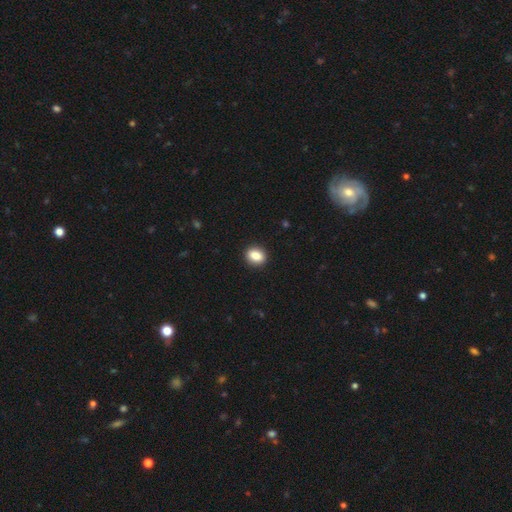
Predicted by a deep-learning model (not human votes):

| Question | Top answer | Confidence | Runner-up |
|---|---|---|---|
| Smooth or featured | smooth | 88% | star or artifact (8%) |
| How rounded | in between | 59% | round (40%) |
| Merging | none | 91% | minor disturbance (6%) |